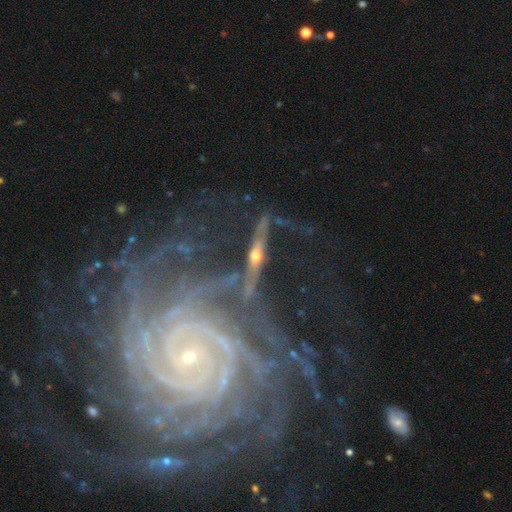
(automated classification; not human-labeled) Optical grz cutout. It shows a featured or disk galaxy (59%) viewed edge-on (67%). Merging: none (66%).